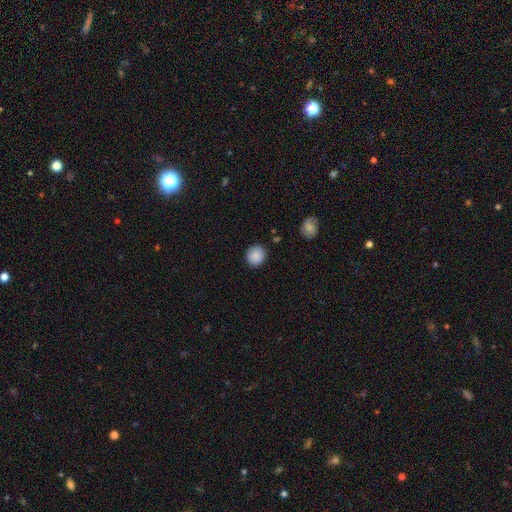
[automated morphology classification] A smooth galaxy with no disk features (88%) that is round (84%).

Vote fractions:
- Smooth or featured? smooth: 88% / star or artifact: 8% / featured or disk: 4%
- How rounded? round: 84% / in between: 15% / cigar-shaped: 1%
- Merging? none: 89% / minor disturbance: 8% / major disturbance: 2% / merger: 1%